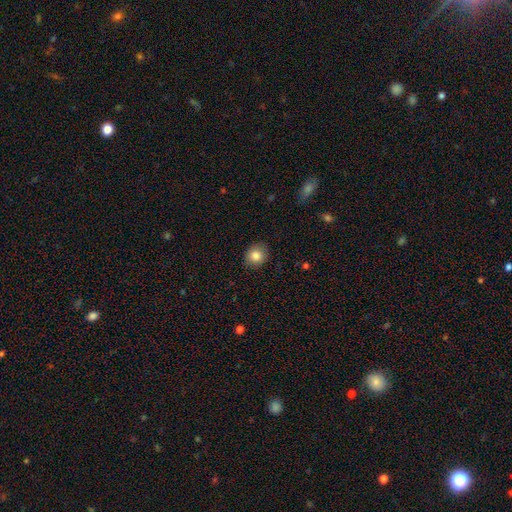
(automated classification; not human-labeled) Smooth or featured: smooth — 84% (star or artifact — 9%)
How rounded: round — 74% (in between — 25%)
Merging: none — 87% (minor disturbance — 10%)